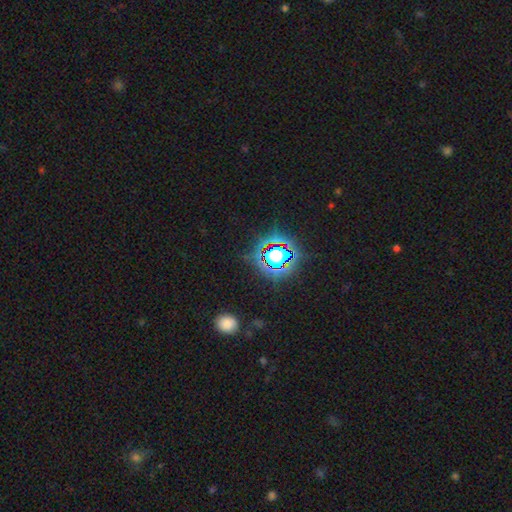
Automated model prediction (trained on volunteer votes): A star or artifact, not a galaxy (79%).

Vote fractions:
- Smooth or featured? star or artifact: 79% / smooth: 14% / featured or disk: 8%